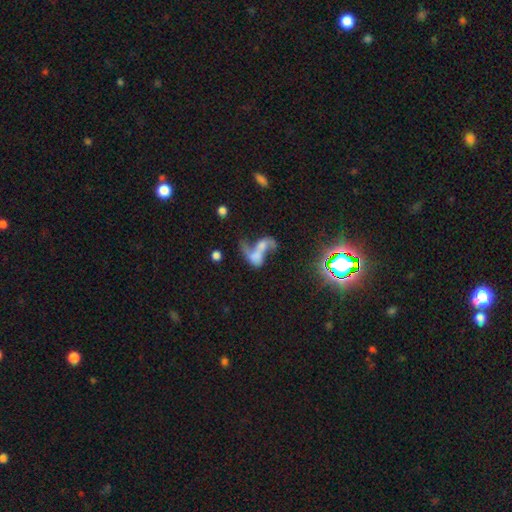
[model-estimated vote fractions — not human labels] This is possibly a featured or disk galaxy (51%). It is clearly not viewed edge-on (96%). Merging: likely merger (65%).